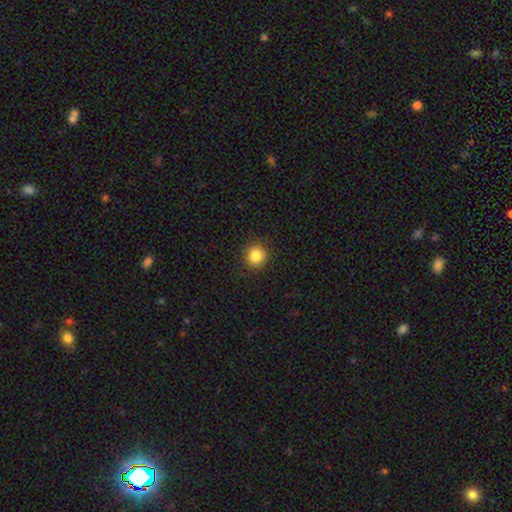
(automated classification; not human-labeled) A smooth galaxy with no disk features (84%) that is round (91%).

Vote fractions:
- Smooth or featured? smooth: 84% / star or artifact: 11% / featured or disk: 5%
- How rounded? round: 91% / in between: 8% / cigar-shaped: 1%
- Merging? none: 90% / minor disturbance: 7% / major disturbance: 2% / merger: 1%